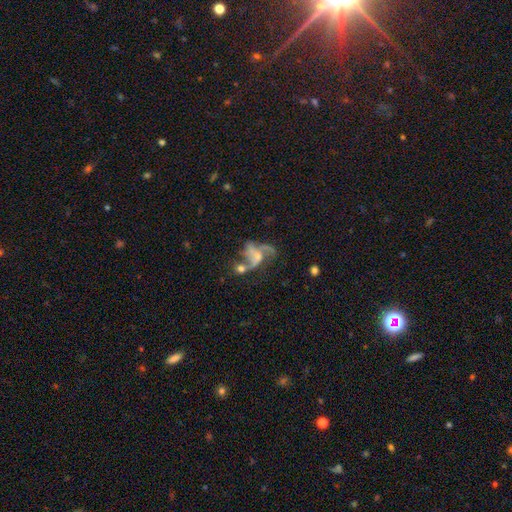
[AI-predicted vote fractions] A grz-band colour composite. It shows a featured or disk galaxy (70%) with no bar (61%), 2 (40%) loose (70%) spiral arms (76%) and a small central bulge (44%). Merging: major disturbance (31%, tied with merger).